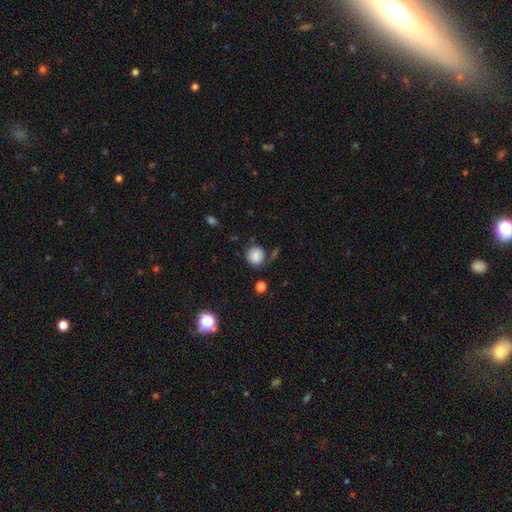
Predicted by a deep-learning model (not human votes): smooth-or-featured: smooth: 85% | star or artifact: 9% | featured or disk: 6%
  how-rounded: round: 89% | in between: 10% | cigar-shaped: 1%
  merging: none: 75% | minor disturbance: 14% | merger: 5% | major disturbance: 5%